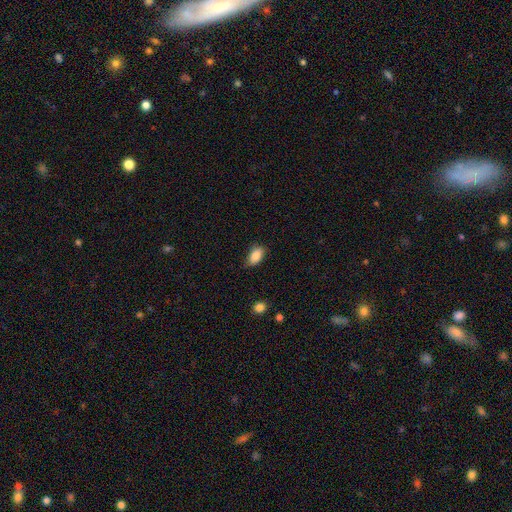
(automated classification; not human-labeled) Overall: smooth (86%). How rounded: in between (90%). Merging: none (76%).